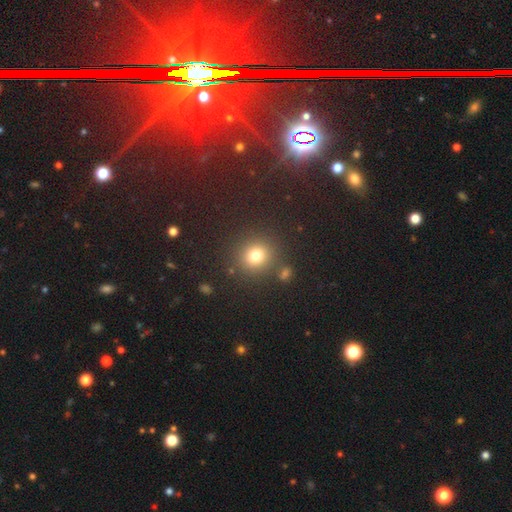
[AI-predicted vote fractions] smooth-or-featured: smooth: 77% | star or artifact: 16% | featured or disk: 7%
  how-rounded: round: 86% | in between: 13% | cigar-shaped: 1%
  merging: none: 83% | minor disturbance: 8% | merger: 5% | major disturbance: 4%